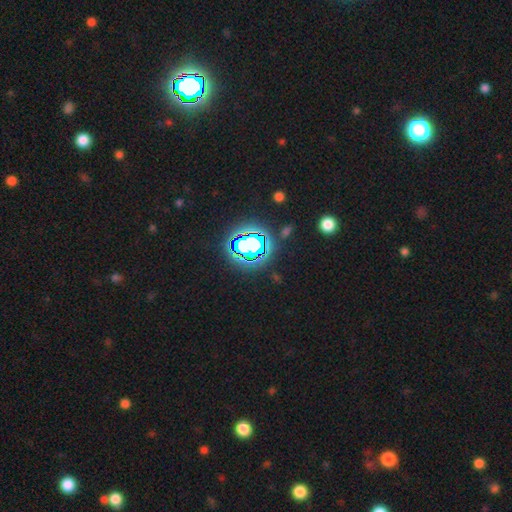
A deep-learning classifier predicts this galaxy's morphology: The model was most divided on "smooth or featured": star or artifact: 72%, smooth: 17%, featured or disk: 11%.